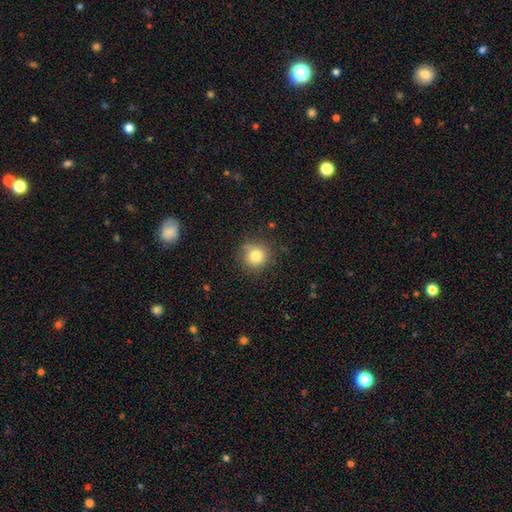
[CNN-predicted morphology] type=smooth (81%); roundness=round (92%); merging=none (83%).